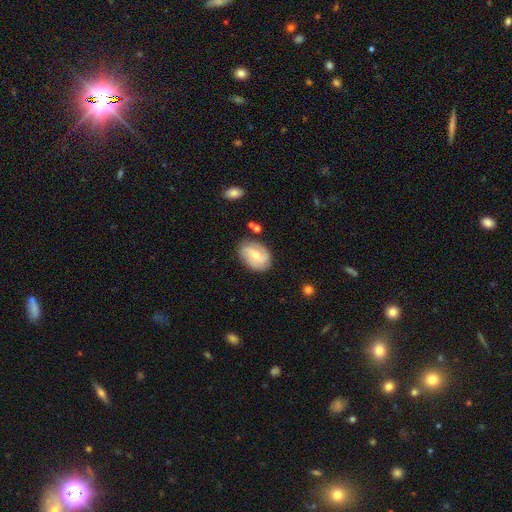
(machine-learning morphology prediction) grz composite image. It shows a featured or disk galaxy (66%) with a weak bar (49%), 2 (67%) medium (41%) spiral arms (89%) and a small central bulge (48%). Merging: none (78%).